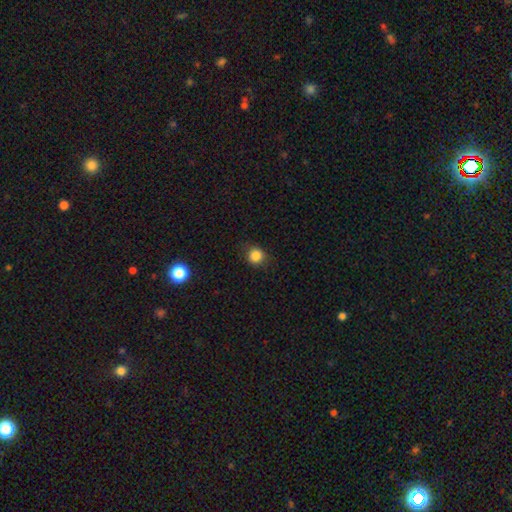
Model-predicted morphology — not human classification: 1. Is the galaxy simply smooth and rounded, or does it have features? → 84% smooth, 11% star or artifact, 5% featured or disk.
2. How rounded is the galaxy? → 87% round, 12% in between, 1% cigar-shaped.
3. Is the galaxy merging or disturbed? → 81% none, 14% minor disturbance, 4% major disturbance, 1% merger.